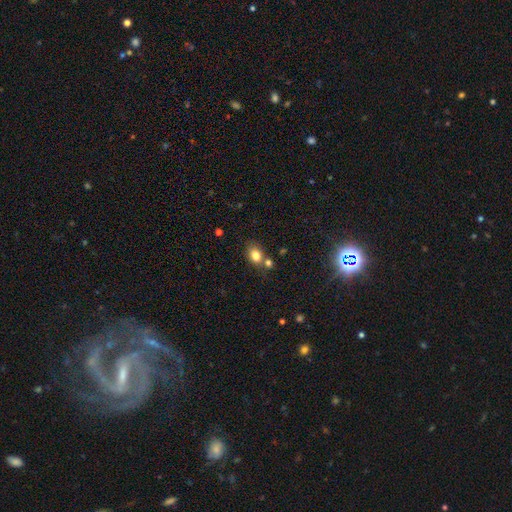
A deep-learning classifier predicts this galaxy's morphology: Smooth or featured?
  - smooth: 81% *
  - star or artifact: 10%
  - featured or disk: 8%
How rounded?
  - in between: 67% *
  - round: 32%
  - cigar-shaped: 1%
Merging?
  - none: 60% *
  - merger: 22%
  - minor disturbance: 14%
  - major disturbance: 4%